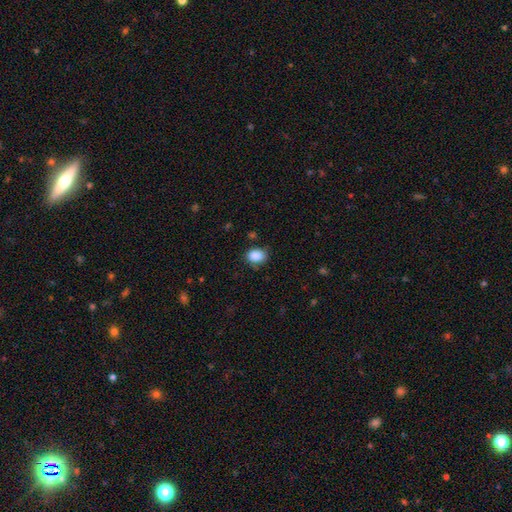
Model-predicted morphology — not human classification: Smooth or featured? smooth (88%)
How rounded? in between (67%)
Merging? none (74%)